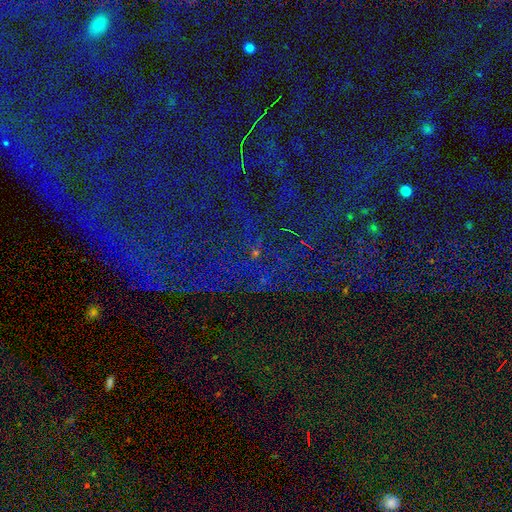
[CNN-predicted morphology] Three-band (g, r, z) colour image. It shows a star or artifact, not a galaxy (83%).